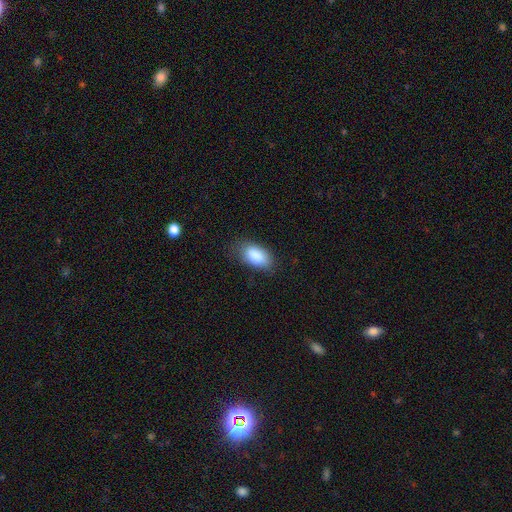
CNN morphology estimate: This appears to be a smooth galaxy with no disk features (89%) that is in between round and cigar-shaped (94%). Merging: none (76%).